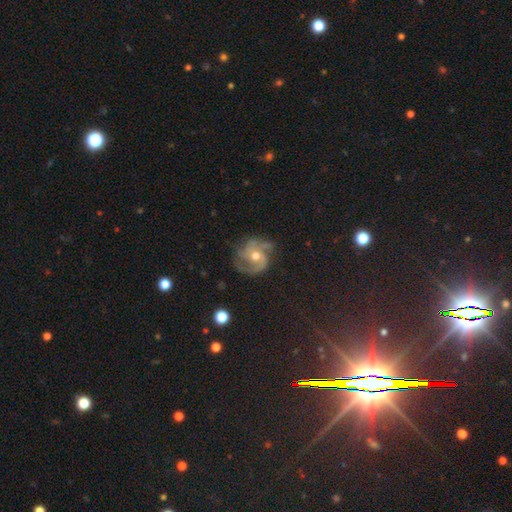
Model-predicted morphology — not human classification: This appears to be a featured or disk galaxy (82%) with no bar (70%), 3 (37%) medium (50%) spiral arms (95%) and a moderate central bulge (75%). Merging: none (64%).